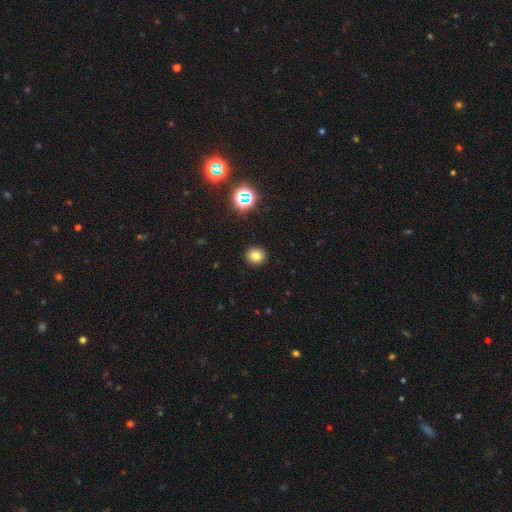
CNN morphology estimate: Smooth or featured?
  - smooth: 78% *
  - star or artifact: 15%
  - featured or disk: 7%
How rounded?
  - round: 80% *
  - in between: 19%
  - cigar-shaped: 1%
Merging?
  - none: 92% *
  - minor disturbance: 5%
  - major disturbance: 2%
  - merger: 1%